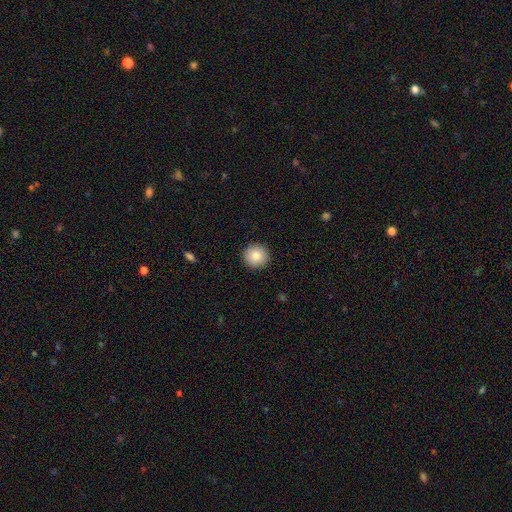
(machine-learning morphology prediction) Smooth or featured? Predicted: smooth (p=0.86). How rounded? Predicted: round (p=0.95). Merging? Predicted: none (p=0.92).